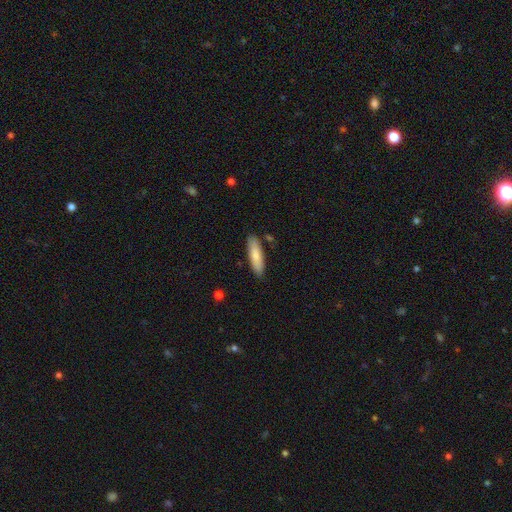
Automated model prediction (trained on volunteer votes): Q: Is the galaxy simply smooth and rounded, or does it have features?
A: smooth — 79%.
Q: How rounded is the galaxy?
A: cigar-shaped — 64%.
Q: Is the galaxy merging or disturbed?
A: none — 85%.